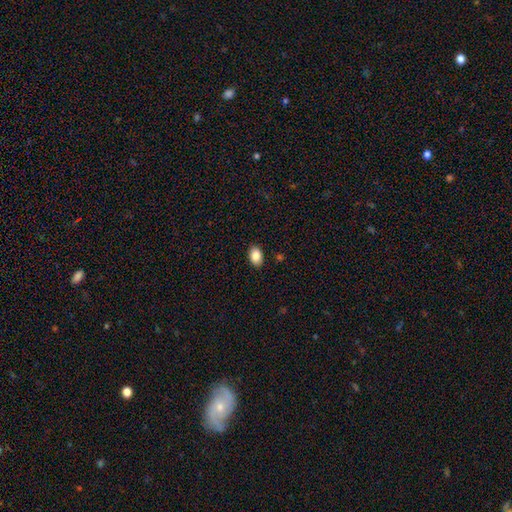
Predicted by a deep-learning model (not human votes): smooth_or_featured: smooth (p=0.86) [alt: star or artifact p=0.08]
how_rounded: in between (p=0.86) [alt: round p=0.13]
merging: none (p=0.89) [alt: minor disturbance p=0.08]